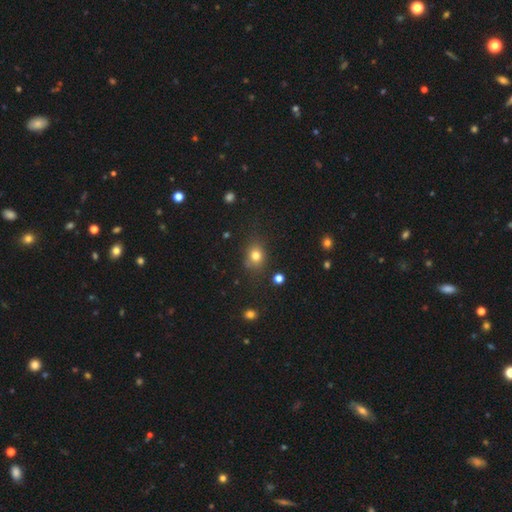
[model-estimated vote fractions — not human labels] smooth 79%, star or artifact 14%, featured or disk 8%. Down the decision tree: how rounded — round (61%); merging — none (75%).